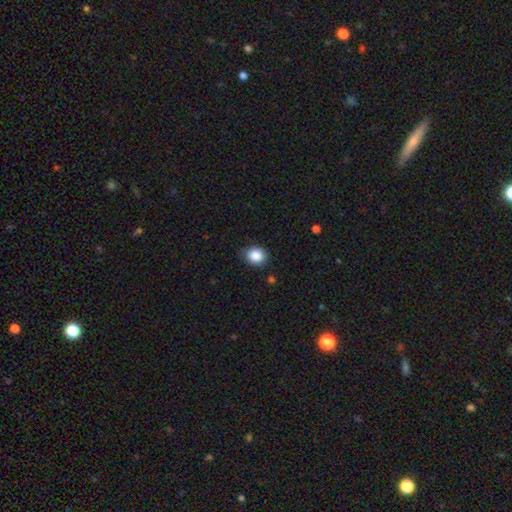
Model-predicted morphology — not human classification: This is clearly a smooth galaxy (87%). How rounded: likely round (72%). Merging: clearly none (80%).